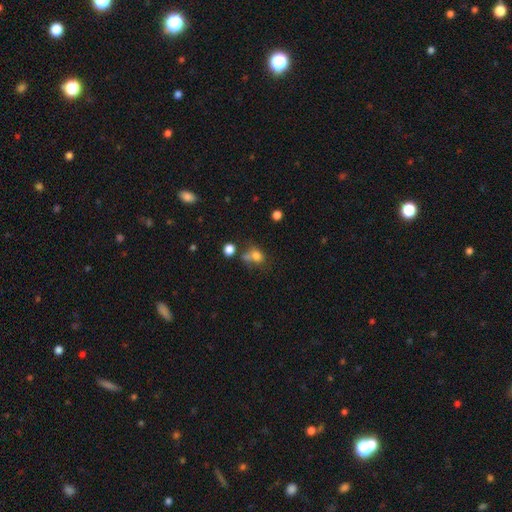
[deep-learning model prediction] Smooth or featured: smooth — 74% (star or artifact — 14%)
How rounded: round — 51% (in between — 48%)
Merging: none — 37% (merger — 28%)